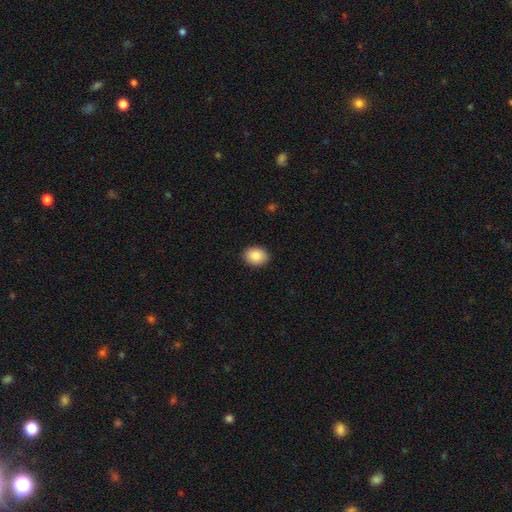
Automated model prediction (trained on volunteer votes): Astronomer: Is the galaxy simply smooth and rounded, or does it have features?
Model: smooth — 88%.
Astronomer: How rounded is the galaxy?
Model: in between — 58% (runner-up: round, 41%).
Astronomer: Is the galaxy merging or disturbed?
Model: none — 90%.